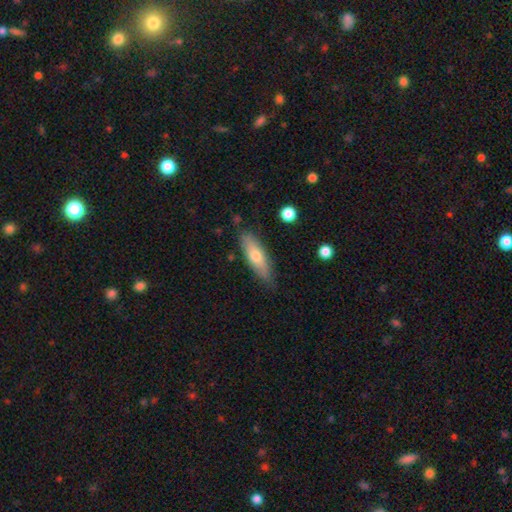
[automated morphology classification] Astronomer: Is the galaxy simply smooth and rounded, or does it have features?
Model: smooth — 65%.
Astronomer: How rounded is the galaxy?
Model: cigar-shaped — 51% (runner-up: in between, 47%).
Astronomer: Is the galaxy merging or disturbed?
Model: none — 80%.